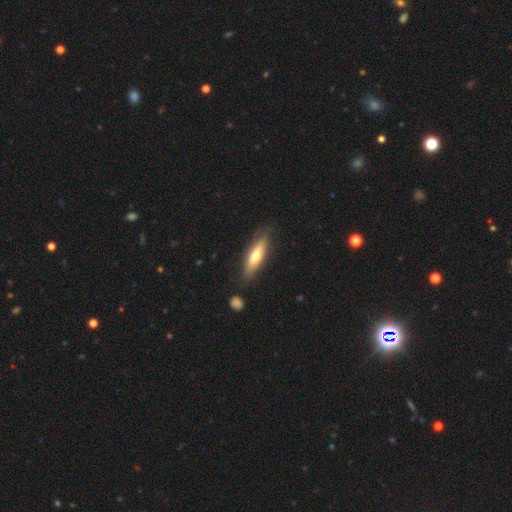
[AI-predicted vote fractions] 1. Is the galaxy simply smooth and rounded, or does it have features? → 56% smooth, 39% featured or disk, 6% star or artifact.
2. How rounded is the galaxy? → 65% cigar-shaped, 33% in between, 2% round.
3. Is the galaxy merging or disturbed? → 82% none, 13% minor disturbance, 3% major disturbance, 3% merger.